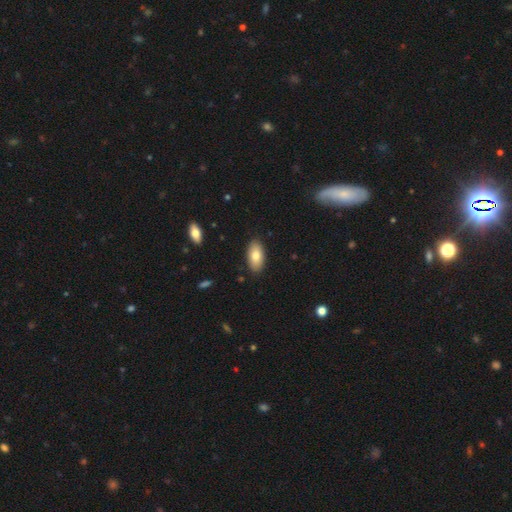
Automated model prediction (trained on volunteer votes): smooth-or-featured: smooth: 79% | featured or disk: 15% | star or artifact: 6%
  how-rounded: in between: 94% | cigar-shaped: 3% | round: 3%
  merging: none: 88% | minor disturbance: 9% | major disturbance: 2% | merger: 1%